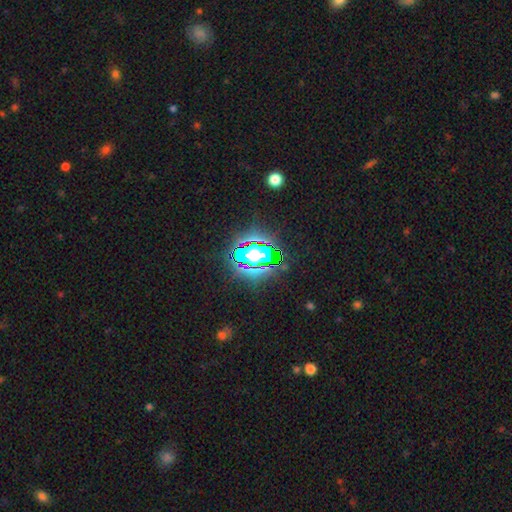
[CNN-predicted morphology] A star or artifact, not a galaxy (65%).

Vote fractions:
- Smooth or featured? star or artifact: 65% / smooth: 22% / featured or disk: 13%